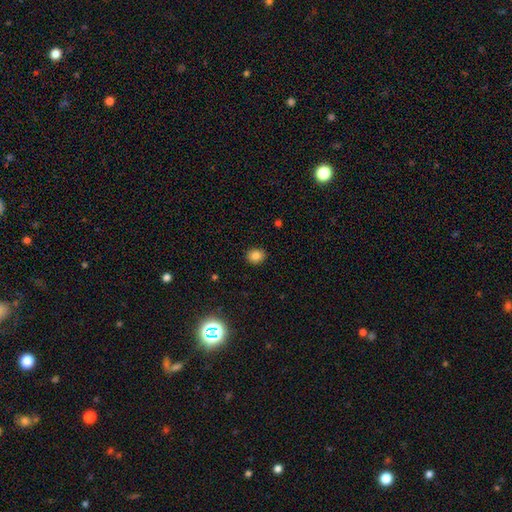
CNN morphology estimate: Overall: smooth (82%). How rounded: round (74%). Merging: none (90%).